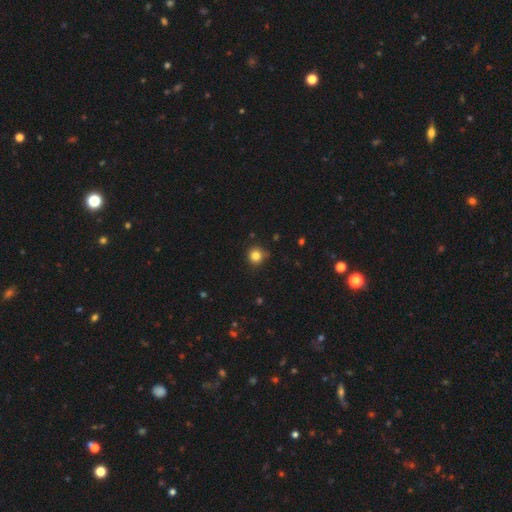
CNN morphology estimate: Smooth or featured?
  - smooth: 83% *
  - star or artifact: 12%
  - featured or disk: 5%
How rounded?
  - round: 92% *
  - in between: 7%
  - cigar-shaped: 1%
Merging?
  - none: 81% *
  - minor disturbance: 14%
  - major disturbance: 3%
  - merger: 2%